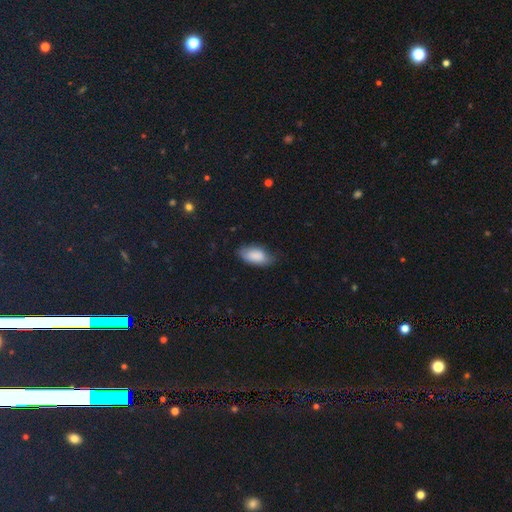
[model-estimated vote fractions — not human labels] This appears to be a smooth galaxy with no disk features (86%) that is in between round and cigar-shaped (92%). Merging: none (67%).